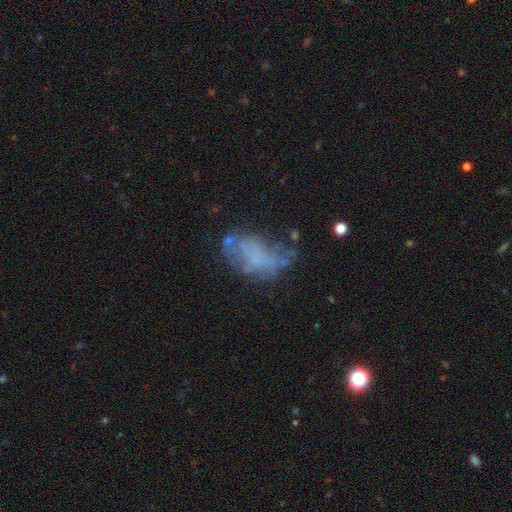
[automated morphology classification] The model was most divided on "smooth or featured": featured or disk: 42%, smooth: 41%, star or artifact: 16%. Remaining: merging — none (34%).